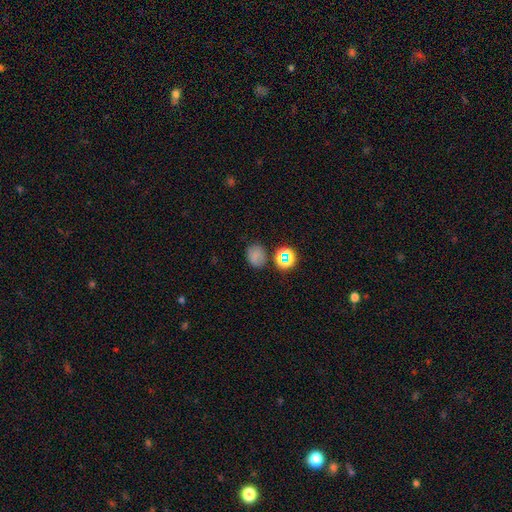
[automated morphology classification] This appears to be a smooth galaxy with no disk features (70%) that is round (53%). Merging: none (76%).